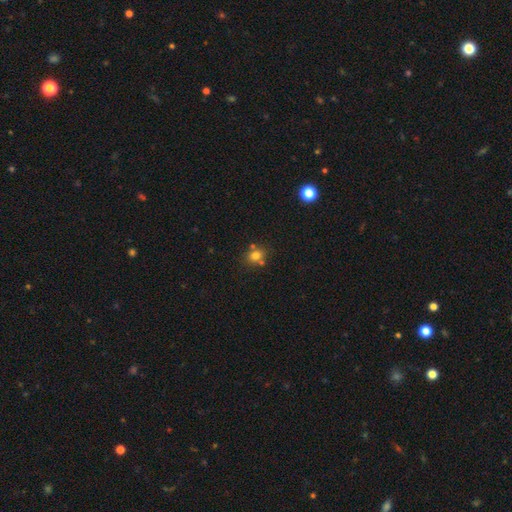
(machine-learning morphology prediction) Overall: smooth (75%). How rounded: round (65%; in between 34%). Merging: none (63%).